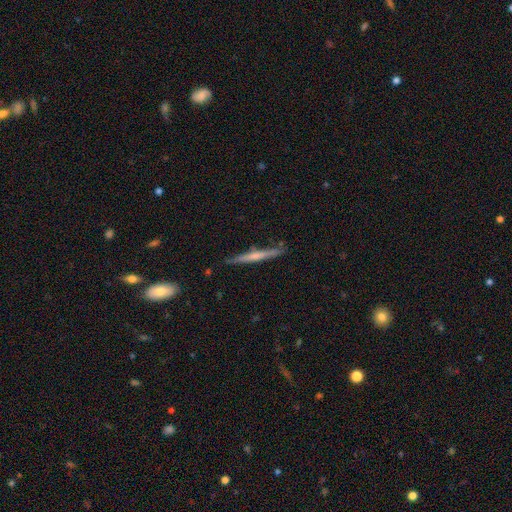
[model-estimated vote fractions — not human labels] Smooth or featured? featured or disk (54%)
Edge-on disk? yes (97%)
Edge-on bulge? none (54%)
Merging? none (84%)